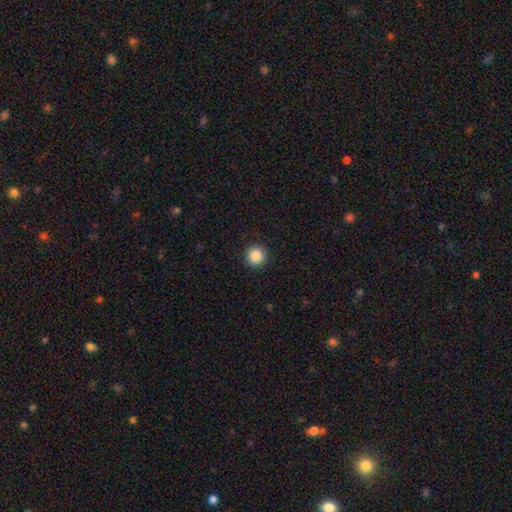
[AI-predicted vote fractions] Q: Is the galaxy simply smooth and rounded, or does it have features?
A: smooth — 88%.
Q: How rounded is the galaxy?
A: round — 95%.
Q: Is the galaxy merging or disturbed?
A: none — 92%.